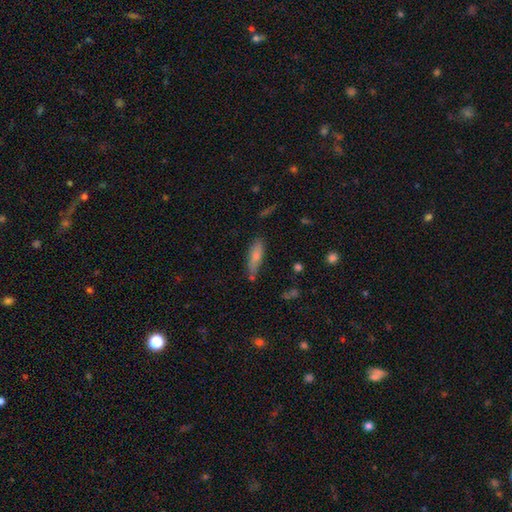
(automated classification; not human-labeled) Morphology: type=smooth (75%); roundness=cigar-shaped (61%); merging=none (68%).